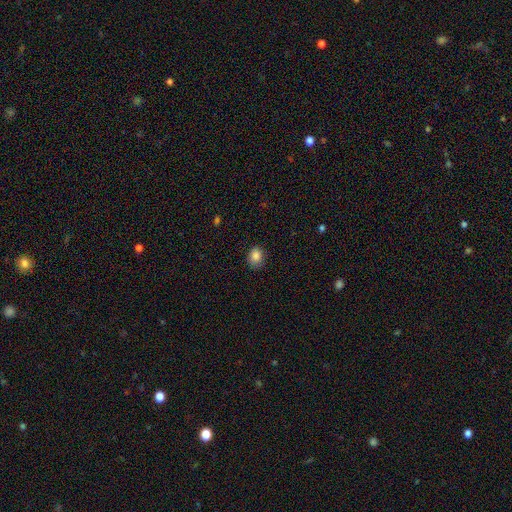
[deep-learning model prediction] This appears to be a smooth galaxy with no disk features (85%) that is round (51%). Merging: none (78%).